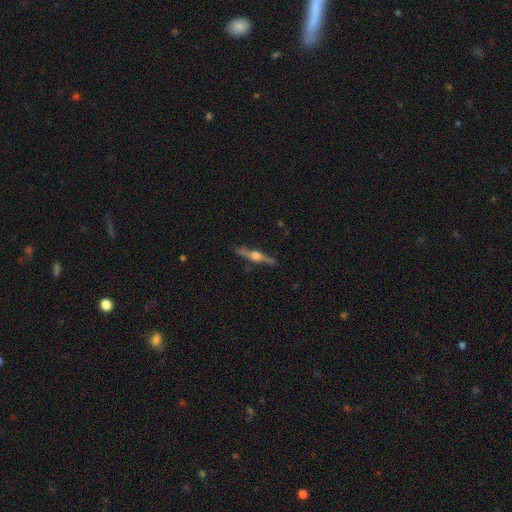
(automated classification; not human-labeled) featured or disk 79%, smooth 16%, star or artifact 5%. Down the decision tree: edge-on disk — yes (97%); edge-on bulge — rounded (92%); merging — none (87%).